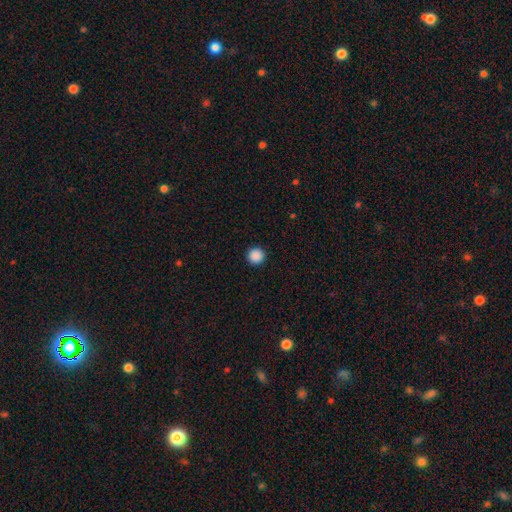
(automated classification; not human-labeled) smooth_or_featured: smooth (p=0.88) [alt: star or artifact p=0.09]
how_rounded: round (p=0.96) [alt: in between p=0.03]
merging: none (p=0.93) [alt: minor disturbance p=0.05]